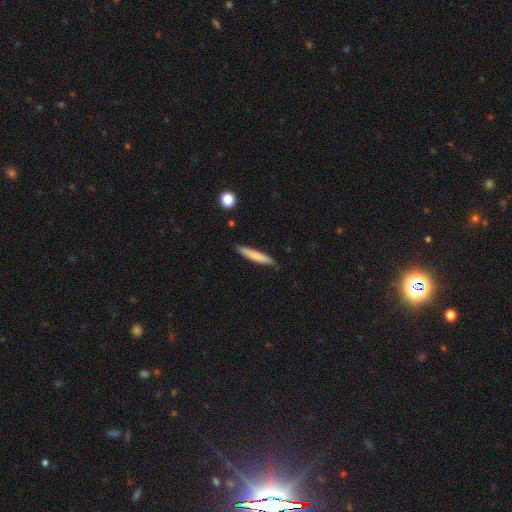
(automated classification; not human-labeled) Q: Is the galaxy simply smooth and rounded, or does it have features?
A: smooth — 75%.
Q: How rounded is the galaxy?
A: cigar-shaped — 92%.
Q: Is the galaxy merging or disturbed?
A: none — 83%.